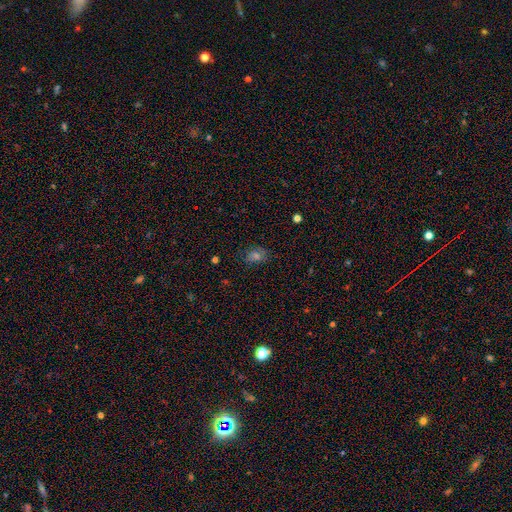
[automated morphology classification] The model was most divided on "smooth or featured": smooth: 48%, star or artifact: 30%, featured or disk: 23%. More confident: merging — none (76%).